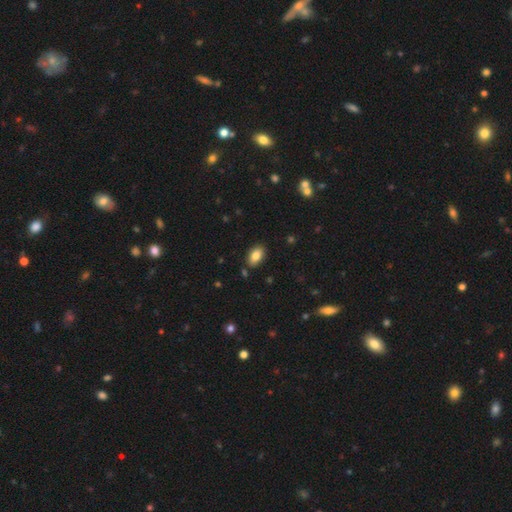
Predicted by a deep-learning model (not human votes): Overall: smooth (84%). How rounded: in between (91%). Merging: none (86%).